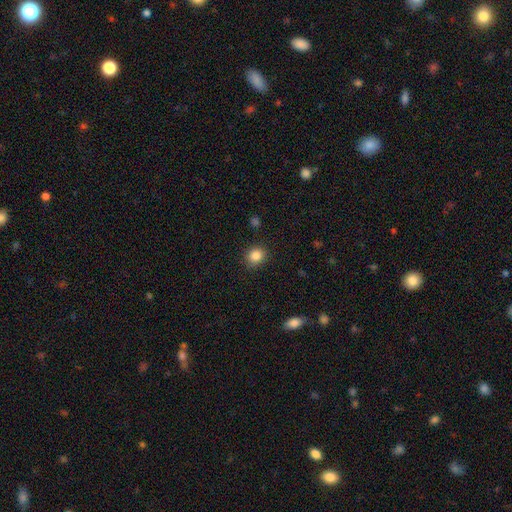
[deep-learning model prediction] smooth 86%, star or artifact 10%, featured or disk 4%. Down the decision tree: how rounded — round (80%); merging — none (89%).